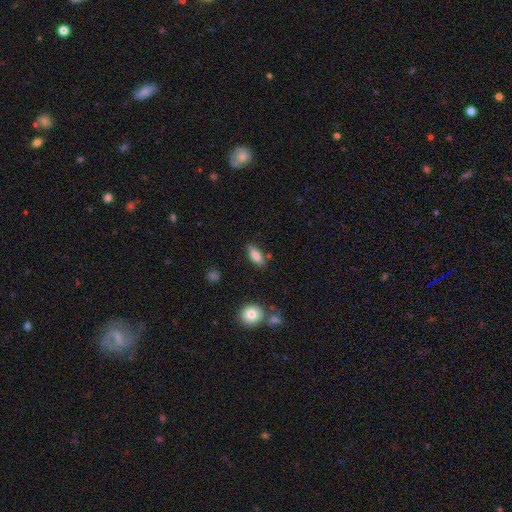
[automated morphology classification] The model was most divided on "how rounded": in between: 78%, cigar-shaped: 19%, round: 3%. More confident: smooth or featured — smooth (82%); merging — none (80%).